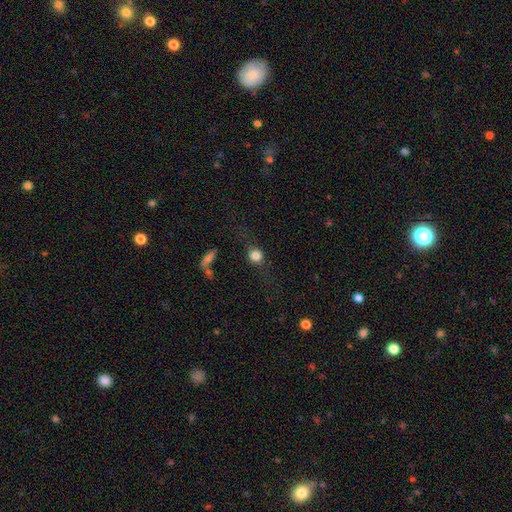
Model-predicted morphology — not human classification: Smooth or featured?
  - smooth: 75% *
  - featured or disk: 14%
  - star or artifact: 12%
How rounded?
  - round: 80% *
  - in between: 17%
  - cigar-shaped: 3%
Merging?
  - none: 69% *
  - minor disturbance: 16%
  - major disturbance: 11%
  - merger: 4%